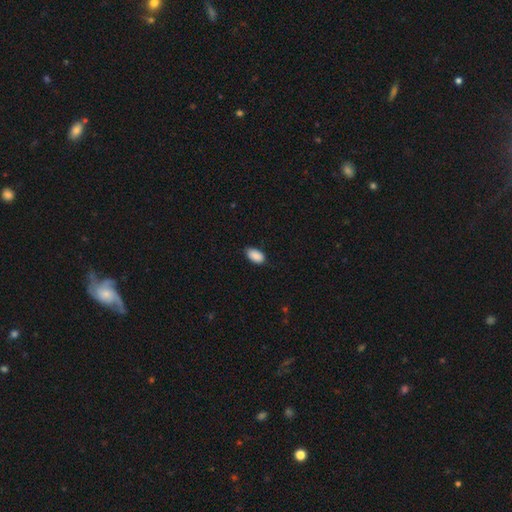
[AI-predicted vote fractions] smooth 90%, star or artifact 7%, featured or disk 3%. Down the decision tree: how rounded — in between (94%); merging — none (80%).